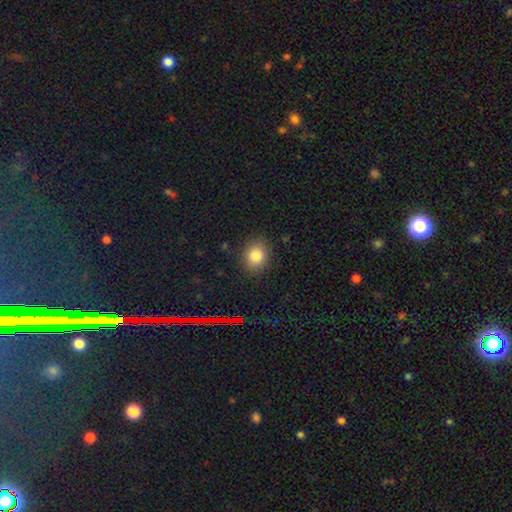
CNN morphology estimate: Q: Smooth or featured?
A: smooth (82%); runner-up: star or artifact (11%)
Q: How rounded?
A: round (70%); runner-up: in between (30%)
Q: Merging?
A: none (86%); runner-up: minor disturbance (10%)